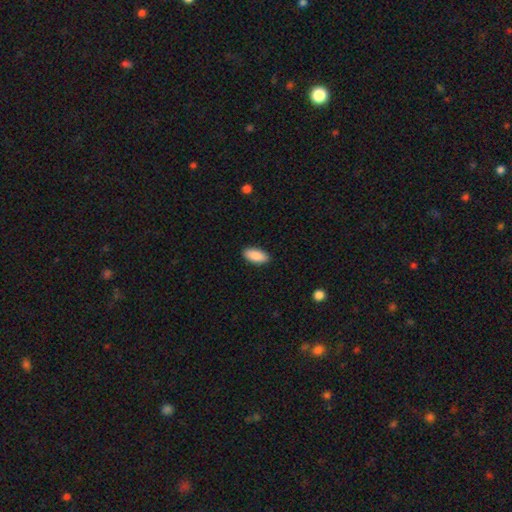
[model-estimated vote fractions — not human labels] A smooth galaxy with no disk features (90%) that is in between round and cigar-shaped (89%).

Vote fractions:
- Smooth or featured? smooth: 90% / star or artifact: 6% / featured or disk: 4%
- How rounded? in between: 89% / cigar-shaped: 9% / round: 2%
- Merging? none: 89% / minor disturbance: 8% / major disturbance: 2% / merger: 1%